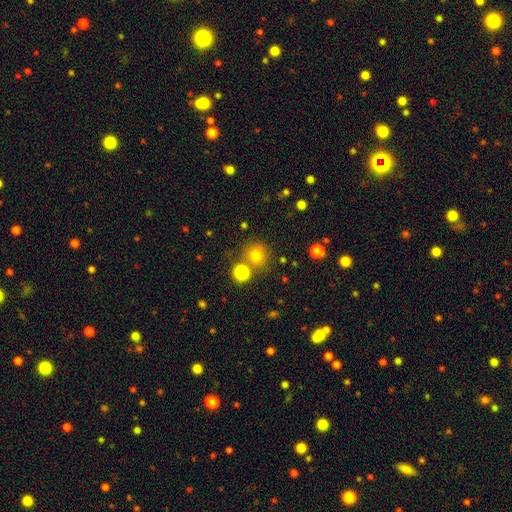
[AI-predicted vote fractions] This is likely a smooth galaxy (75%). How rounded: clearly round (90%). Merging: likely none (73%).